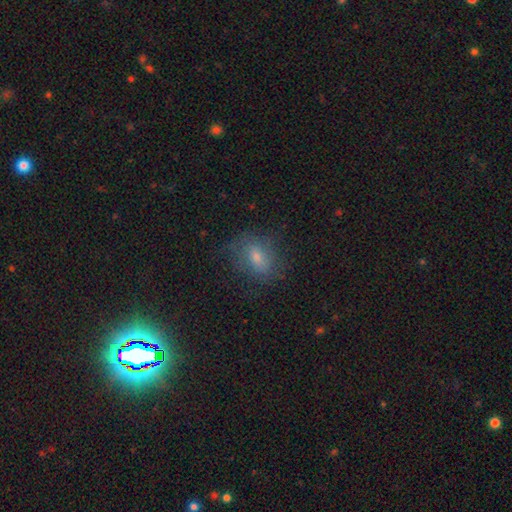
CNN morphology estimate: This is marginally a star or artifact rather than a galaxy (42%).